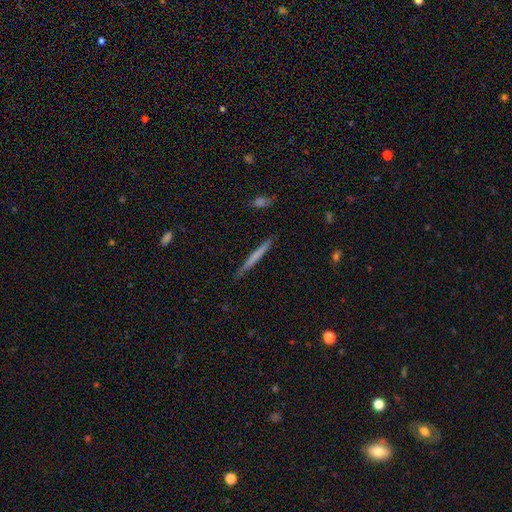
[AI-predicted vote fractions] The model was most divided on "smooth or featured": smooth: 60%, featured or disk: 34%, star or artifact: 6%. More confident: how rounded — cigar-shaped (97%); merging — none (87%).